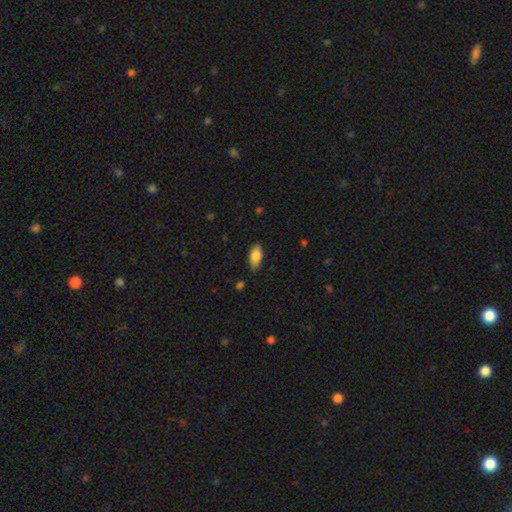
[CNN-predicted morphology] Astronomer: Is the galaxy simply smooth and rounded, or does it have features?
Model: smooth — 81%.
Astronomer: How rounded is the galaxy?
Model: in between — 89%.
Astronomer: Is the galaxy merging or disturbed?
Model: none — 77%.